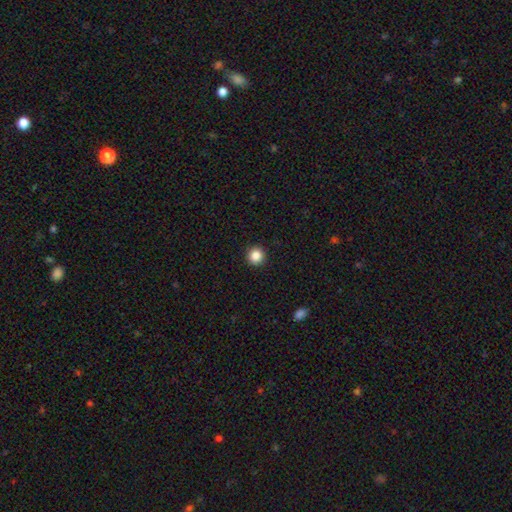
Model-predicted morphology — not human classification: This is clearly a smooth galaxy (86%). How rounded: clearly round (95%). Merging: clearly none (93%).